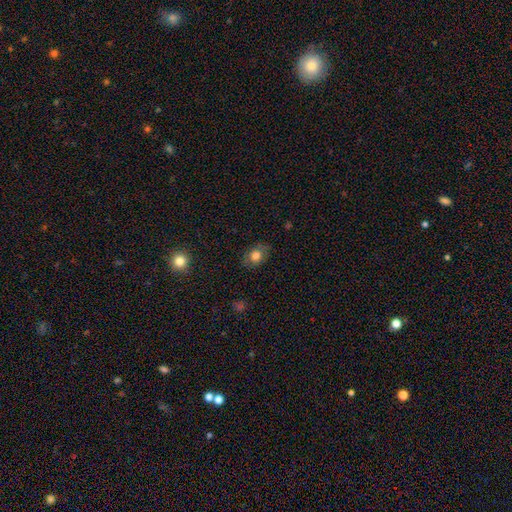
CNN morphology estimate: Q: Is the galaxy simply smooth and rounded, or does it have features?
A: smooth — 77%.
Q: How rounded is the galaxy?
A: in between — 63%.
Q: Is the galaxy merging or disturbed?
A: none — 78%.